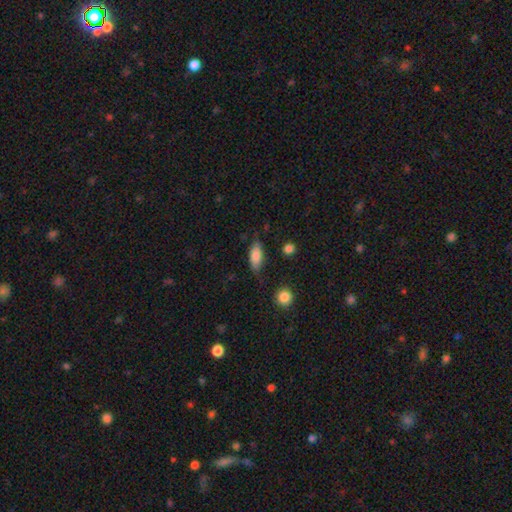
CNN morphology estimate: Q: Smooth or featured?
A: smooth (81%); runner-up: featured or disk (12%)
Q: How rounded?
A: in between (82%); runner-up: cigar-shaped (15%)
Q: Merging?
A: none (70%); runner-up: minor disturbance (22%)